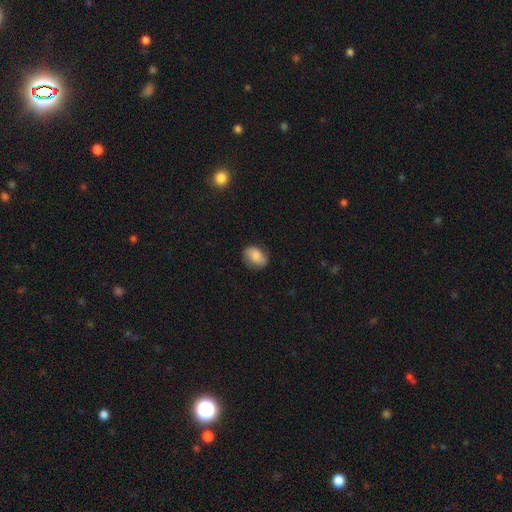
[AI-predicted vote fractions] Overall: smooth (76%). How rounded: in between (67%; round 32%). Merging: none (77%).